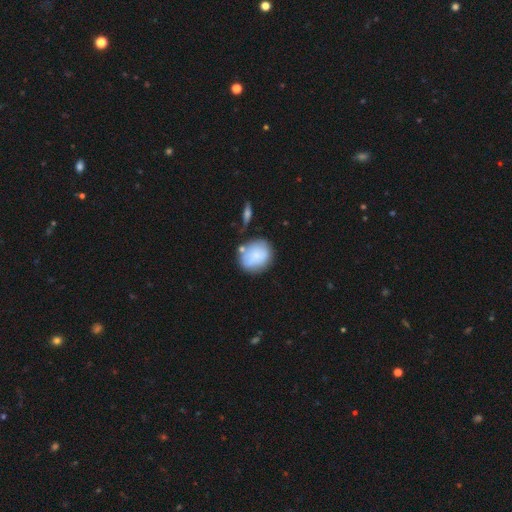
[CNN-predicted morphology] The model was most divided on "how rounded": round: 65%, in between: 34%, cigar-shaped: 1%. More confident: smooth or featured — smooth (75%); merging — none (58%).